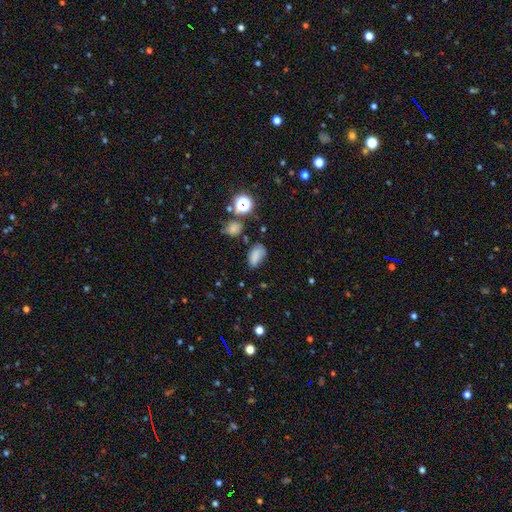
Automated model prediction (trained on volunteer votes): smooth_or_featured: smooth (p=0.75) [alt: star or artifact p=0.16]
how_rounded: in between (p=0.88) [alt: round p=0.10]
merging: none (p=0.59) [alt: minor disturbance p=0.26]